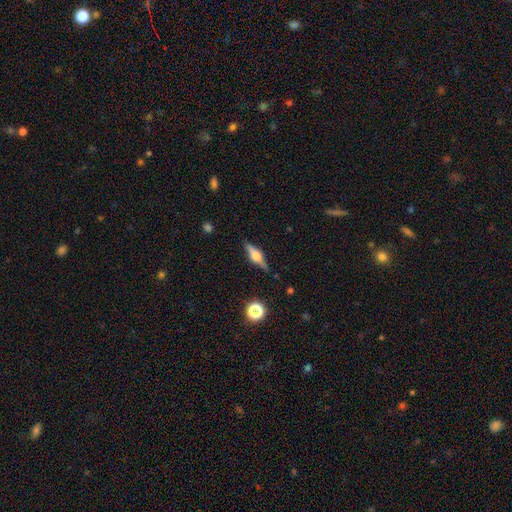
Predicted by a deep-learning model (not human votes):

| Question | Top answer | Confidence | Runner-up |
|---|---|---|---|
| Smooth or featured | featured or disk | 70% | smooth (22%) |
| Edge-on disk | yes | 96% | no (4%) |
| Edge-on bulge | rounded | 89% | boxy (10%) |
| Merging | none | 86% | minor disturbance (10%) |